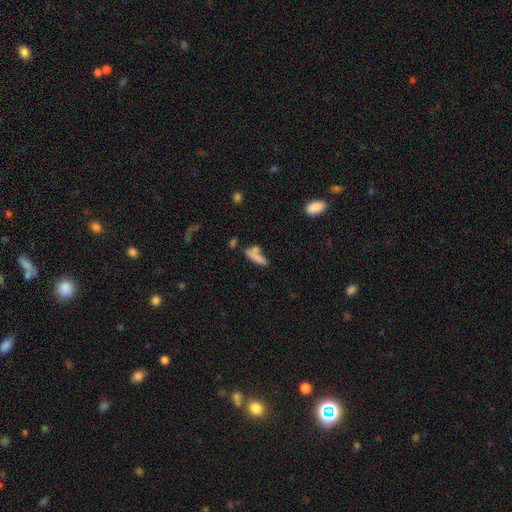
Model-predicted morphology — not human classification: Smooth or featured: smooth — 75% (featured or disk — 15%)
How rounded: cigar-shaped — 67% (in between — 31%)
Merging: none — 49% (merger — 27%)